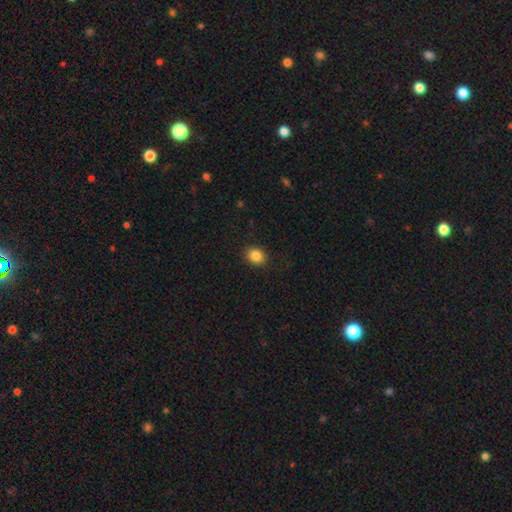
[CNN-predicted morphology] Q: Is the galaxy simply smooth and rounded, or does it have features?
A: smooth — 86%.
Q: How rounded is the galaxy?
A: round — 54%.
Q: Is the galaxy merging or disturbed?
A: none — 89%.